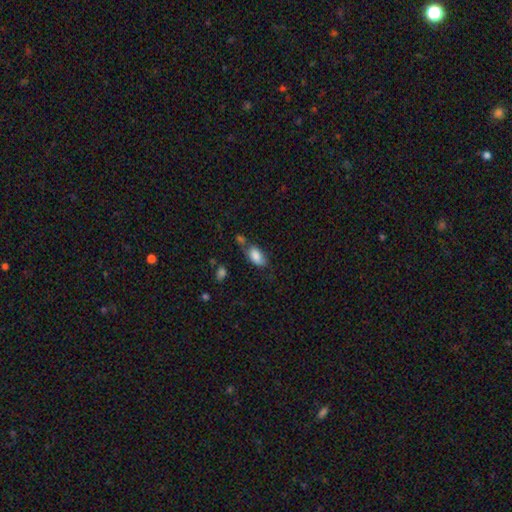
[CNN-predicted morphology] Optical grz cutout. It shows a smooth galaxy with no disk features (85%) that is in between round and cigar-shaped (92%). Merging: none (52%).